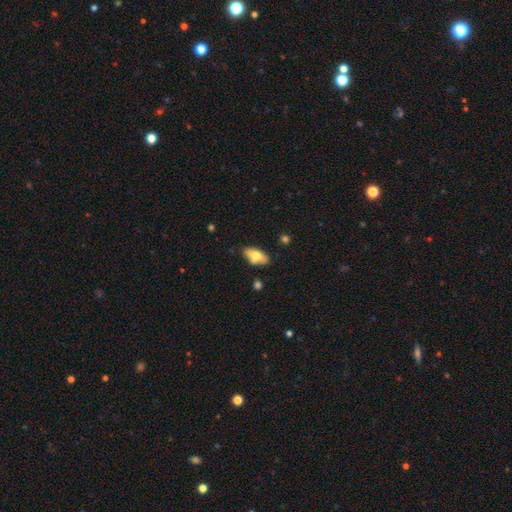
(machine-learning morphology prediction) Q: Smooth or featured?
A: smooth (69%); runner-up: featured or disk (24%)
Q: How rounded?
A: in between (90%); runner-up: cigar-shaped (6%)
Q: Merging?
A: none (70%); runner-up: minor disturbance (19%)